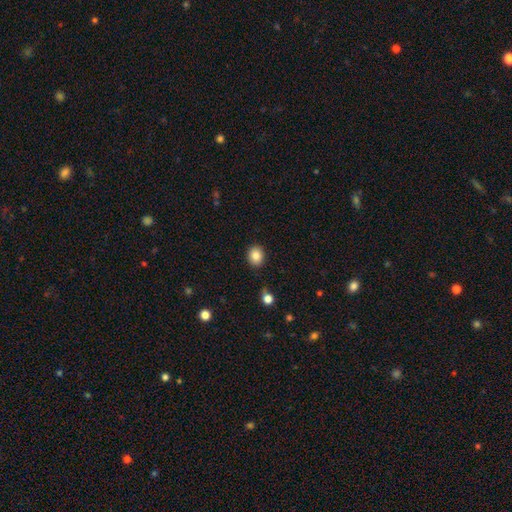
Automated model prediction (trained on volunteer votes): Smooth or featured? smooth (85%)
How rounded? round (65%)
Merging? none (88%)